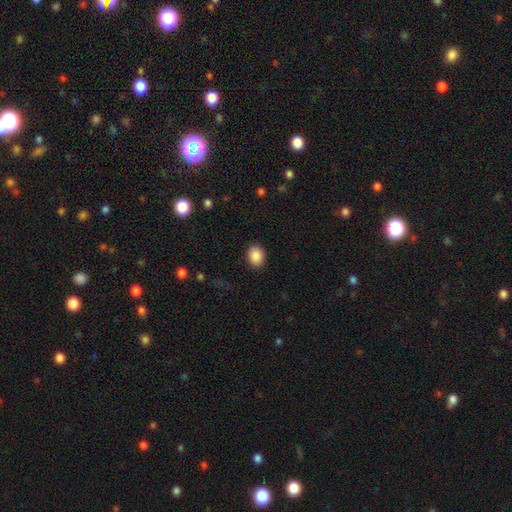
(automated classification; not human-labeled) smooth_or_featured: smooth (p=0.89) [alt: star or artifact p=0.08]
how_rounded: in between (p=0.61) [alt: round p=0.38]
merging: none (p=0.89) [alt: minor disturbance p=0.07]